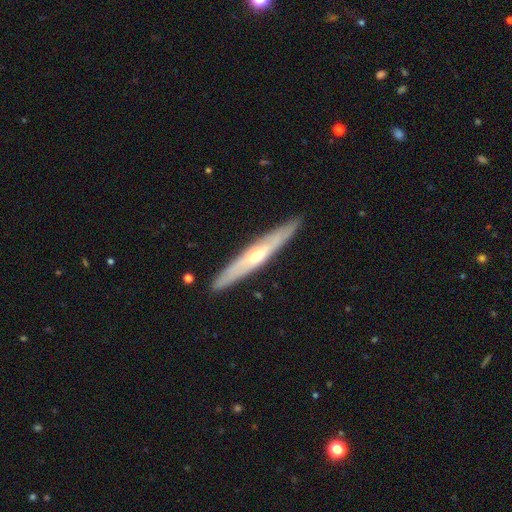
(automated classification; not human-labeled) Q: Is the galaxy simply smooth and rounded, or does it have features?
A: featured or disk — 66%.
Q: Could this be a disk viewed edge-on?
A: yes — 86%.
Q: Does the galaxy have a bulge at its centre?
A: rounded — 74%.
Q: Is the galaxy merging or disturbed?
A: none — 89%.